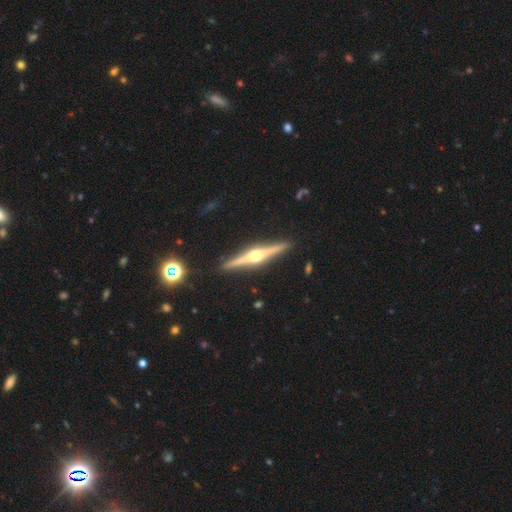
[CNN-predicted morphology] This appears to be a featured or disk galaxy (86%) viewed edge-on (99%) with a rounded central bulge (95%). Merging: none (92%).